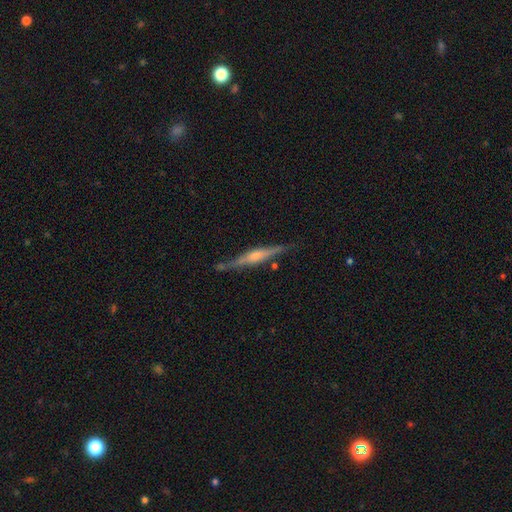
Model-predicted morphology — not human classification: smooth_or_featured: featured or disk (p=0.79) [alt: smooth p=0.14]
disk_edge_on: yes (p=0.97) [alt: no p=0.03]
edge_on_bulge: rounded (p=0.79) [alt: boxy p=0.11]
merging: none (p=0.85) [alt: minor disturbance p=0.11]